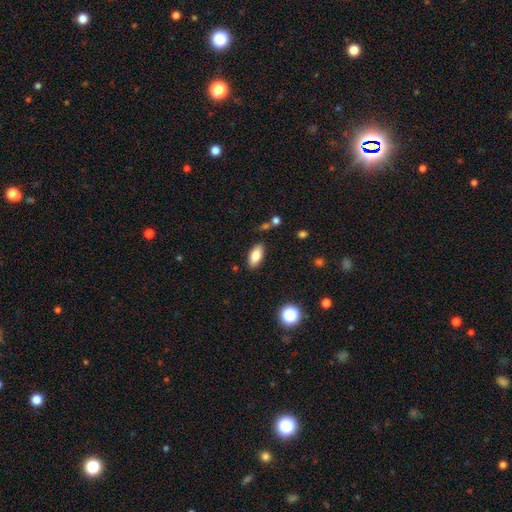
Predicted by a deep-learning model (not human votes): smooth-or-featured: smooth: 81% | featured or disk: 12% | star or artifact: 8%
  how-rounded: in between: 87% | cigar-shaped: 10% | round: 3%
  merging: none: 85% | minor disturbance: 10% | merger: 2% | major disturbance: 2%